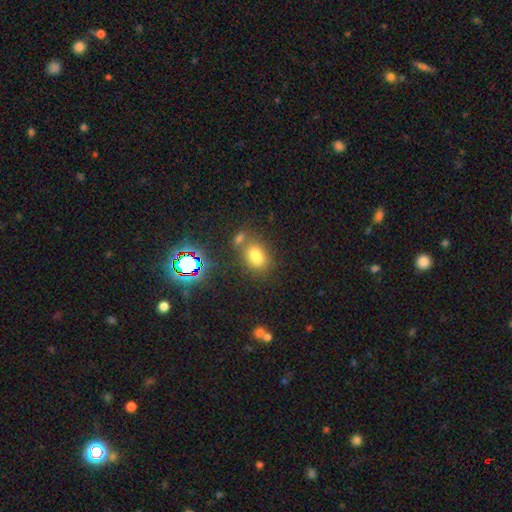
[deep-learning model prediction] smooth_or_featured: smooth (p=0.72) [alt: star or artifact p=0.19]
how_rounded: in between (p=0.73) [alt: round p=0.25]
merging: none (p=0.61) [alt: merger p=0.21]